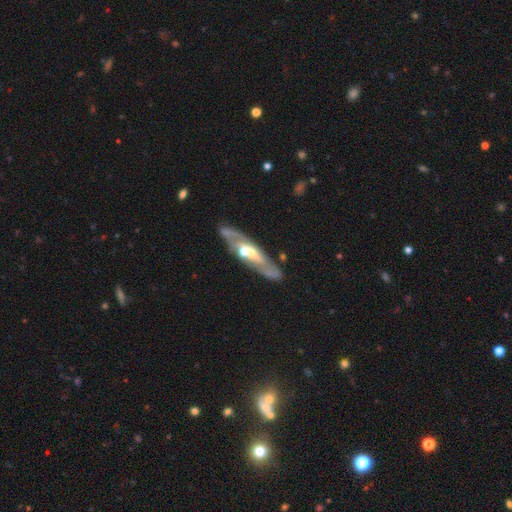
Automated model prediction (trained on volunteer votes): Smooth or featured?
  - featured or disk: 71% *
  - smooth: 22%
  - star or artifact: 6%
Edge-on disk?
  - no: 68% *
  - yes: 32%
Merging?
  - none: 66% *
  - minor disturbance: 15%
  - merger: 13%
  - major disturbance: 6%